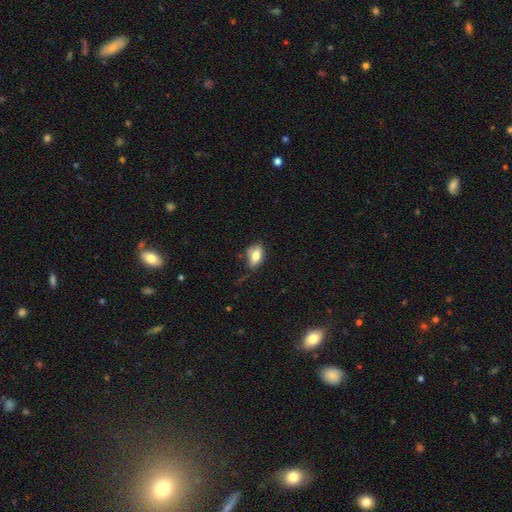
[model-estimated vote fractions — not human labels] Smooth or featured: smooth — 74% (featured or disk — 18%)
How rounded: in between — 84% (round — 11%)
Merging: none — 56% (minor disturbance — 30%)